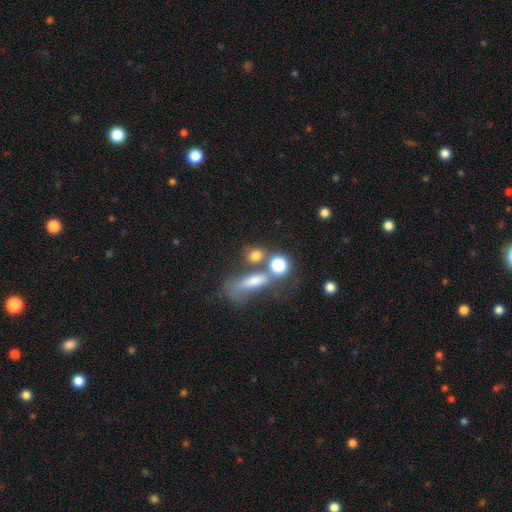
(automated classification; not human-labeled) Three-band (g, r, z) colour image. It shows a smooth galaxy with no disk features (71%) that is round (57%). Merging: none (48%).